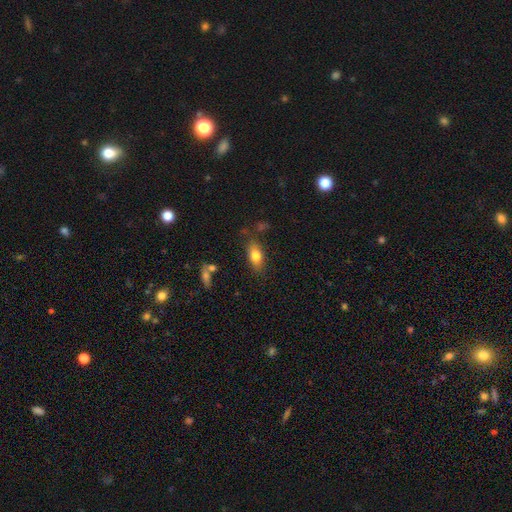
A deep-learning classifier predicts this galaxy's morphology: The model was most divided on "merging": none: 76%, minor disturbance: 16%, major disturbance: 4%, merger: 4%. More confident: how rounded — in between (85%); smooth or featured — smooth (79%).